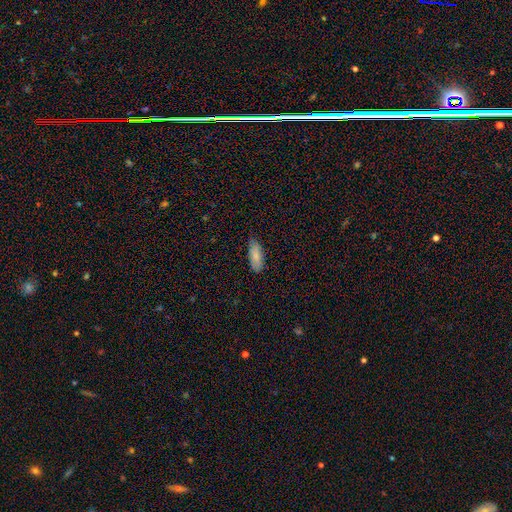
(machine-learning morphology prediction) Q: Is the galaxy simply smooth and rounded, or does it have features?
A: smooth — 82%.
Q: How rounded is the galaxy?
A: in between — 79%.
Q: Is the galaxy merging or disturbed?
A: none — 77%.